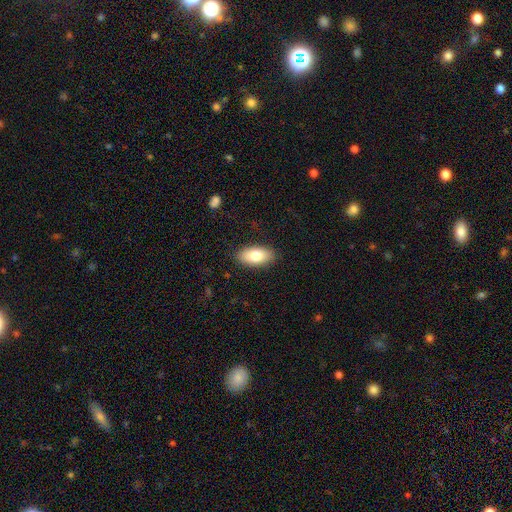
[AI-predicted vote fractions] Morphology: type=smooth (79%); roundness=in between (91%); merging=none (87%).